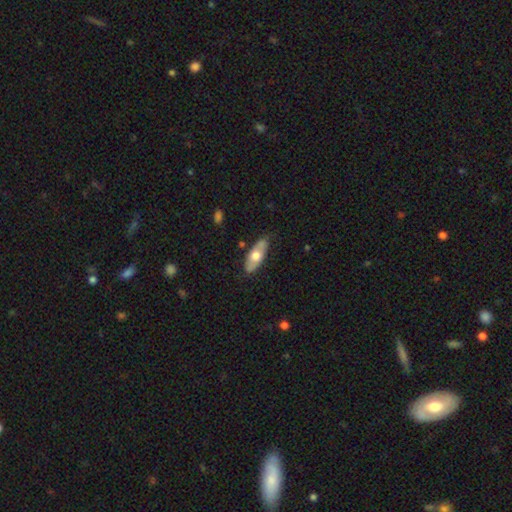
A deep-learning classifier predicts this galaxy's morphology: Q: Smooth or featured?
A: smooth (56%); runner-up: featured or disk (39%)
Q: How rounded?
A: in between (78%); runner-up: cigar-shaped (20%)
Q: Merging?
A: none (81%); runner-up: minor disturbance (15%)